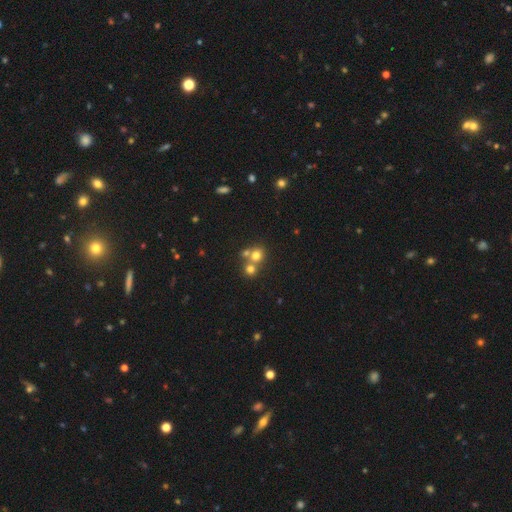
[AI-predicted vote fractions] smooth-or-featured: smooth: 71% | star or artifact: 16% | featured or disk: 13%
  how-rounded: round: 83% | in between: 16% | cigar-shaped: 1%
  merging: merger: 48% | none: 44% | minor disturbance: 6% | major disturbance: 3%